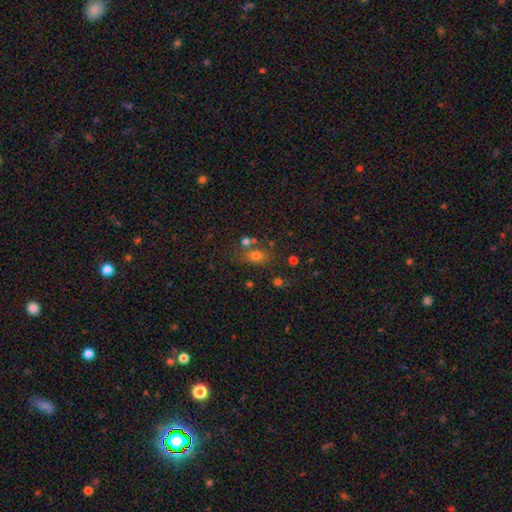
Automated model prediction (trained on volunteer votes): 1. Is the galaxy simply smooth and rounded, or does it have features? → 70% smooth, 19% star or artifact, 11% featured or disk.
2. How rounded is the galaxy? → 61% in between, 36% round, 3% cigar-shaped.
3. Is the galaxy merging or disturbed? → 61% none, 18% merger, 15% minor disturbance, 6% major disturbance.